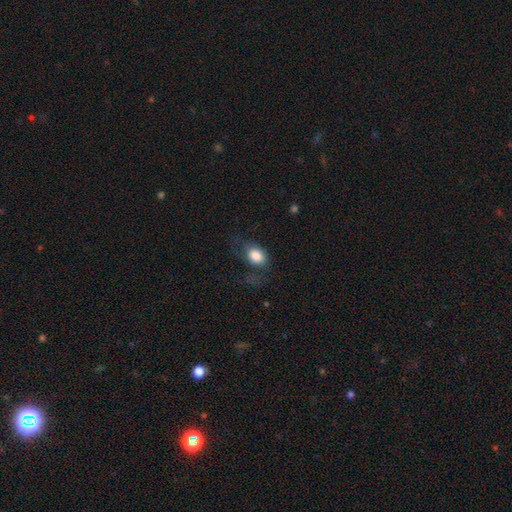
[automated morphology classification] Q: Smooth or featured?
A: smooth (83%); runner-up: featured or disk (8%)
Q: How rounded?
A: in between (69%); runner-up: round (30%)
Q: Merging?
A: none (50%); runner-up: minor disturbance (26%)